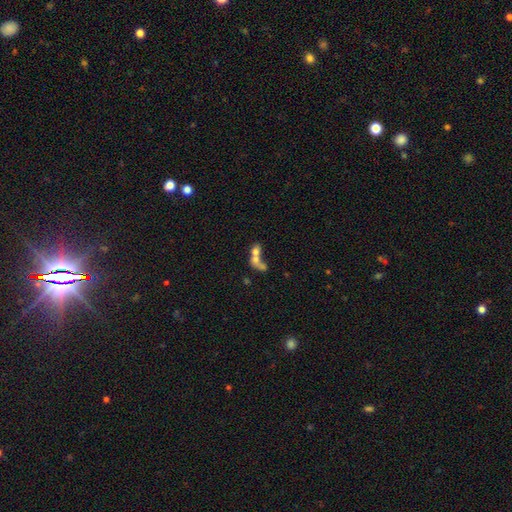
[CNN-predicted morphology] type=smooth (60%); roundness=in between (60%); merging=merger (72%).